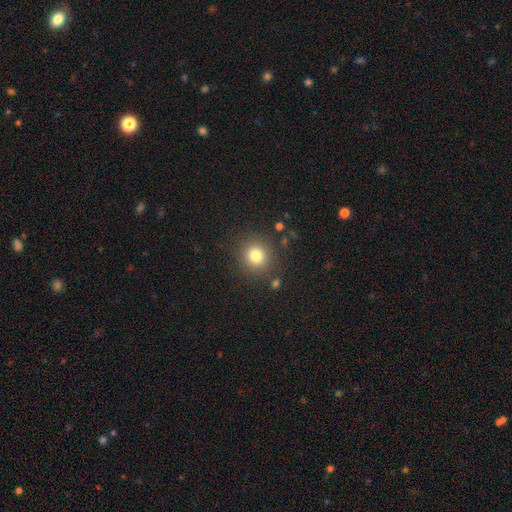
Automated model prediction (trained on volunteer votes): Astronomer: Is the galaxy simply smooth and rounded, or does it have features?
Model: smooth — 80%.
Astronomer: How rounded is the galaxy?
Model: round — 90%.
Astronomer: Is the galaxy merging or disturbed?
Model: none — 87%.